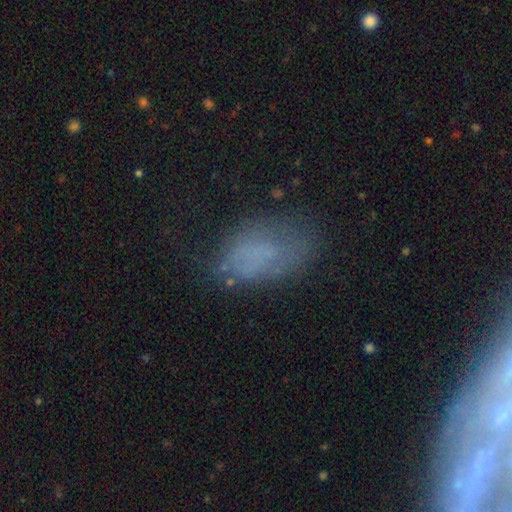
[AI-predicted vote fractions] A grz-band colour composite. It shows a smooth galaxy with no disk features (62%) that is in between round and cigar-shaped (91%). Merging: none (54%).